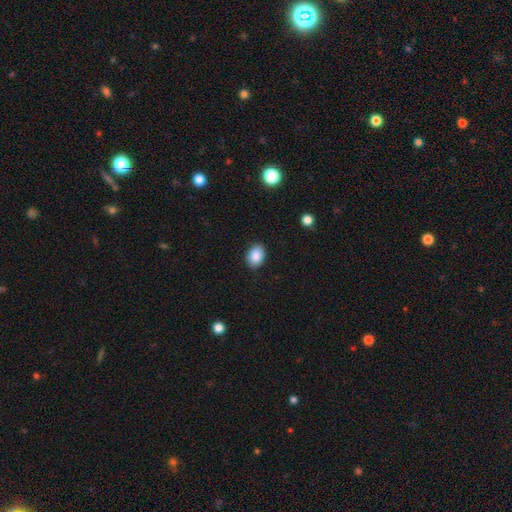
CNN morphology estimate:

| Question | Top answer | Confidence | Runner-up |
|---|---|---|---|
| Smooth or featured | smooth | 87% | star or artifact (8%) |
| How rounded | in between | 77% | round (22%) |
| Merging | none | 85% | minor disturbance (12%) |